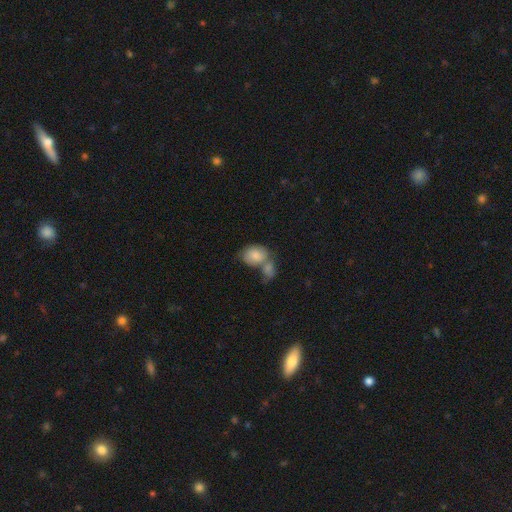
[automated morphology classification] Overall: smooth (81%). How rounded: in between (68%; round 30%). Merging: merger (55%; none 27%).